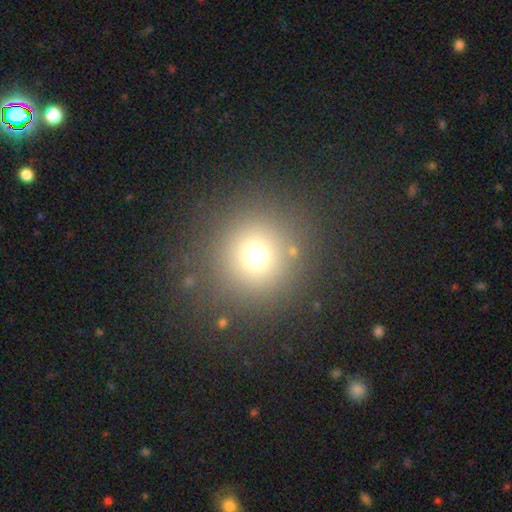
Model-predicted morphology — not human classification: Overall: smooth (70%). How rounded: round (94%). Merging: none (87%).